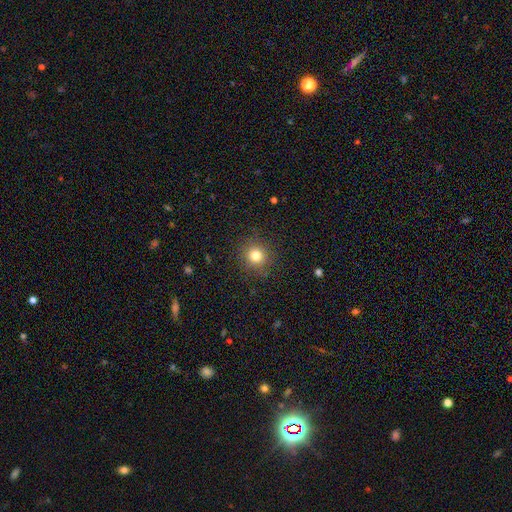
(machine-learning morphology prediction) type=smooth (80%); roundness=round (93%); merging=none (89%).